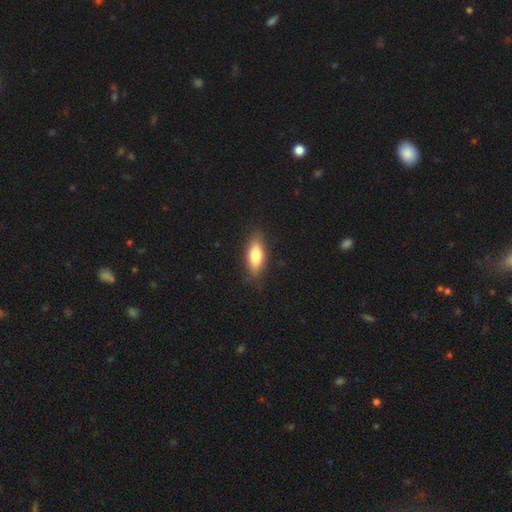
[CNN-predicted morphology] A smooth galaxy with no disk features (74%) that is in between round and cigar-shaped (73%).

Vote fractions:
- Smooth or featured? smooth: 74% / featured or disk: 19% / star or artifact: 6%
- How rounded? in between: 73% / cigar-shaped: 24% / round: 3%
- Merging? none: 82% / minor disturbance: 14% / major disturbance: 3% / merger: 1%